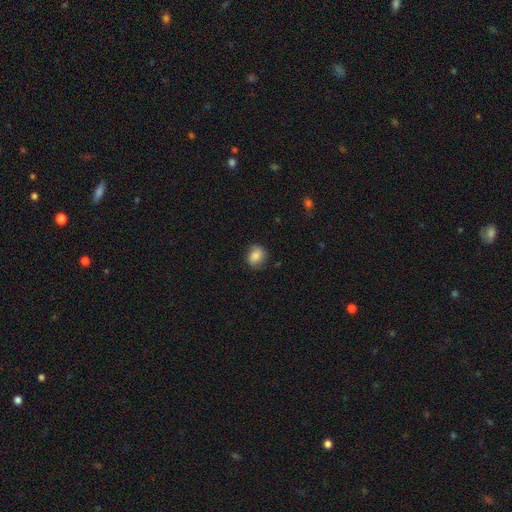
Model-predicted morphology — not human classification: A smooth galaxy with no disk features (81%) that is round (60%).

Vote fractions:
- Smooth or featured? smooth: 81% / featured or disk: 10% / star or artifact: 8%
- How rounded? round: 60% / in between: 38% / cigar-shaped: 1%
- Merging? none: 79% / minor disturbance: 16% / major disturbance: 4% / merger: 1%